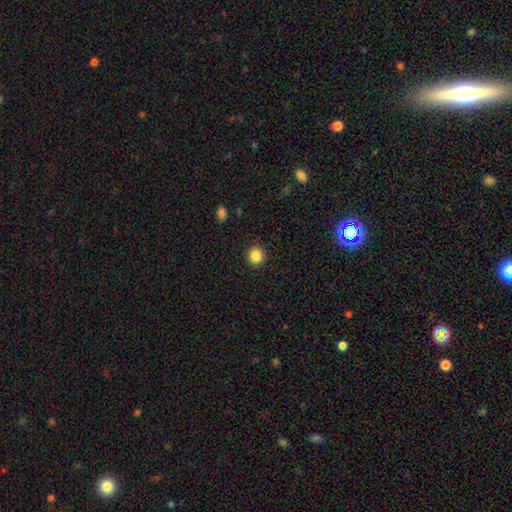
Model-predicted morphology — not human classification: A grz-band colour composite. It shows a smooth galaxy with no disk features (86%) that is round (90%). Merging: none (91%).